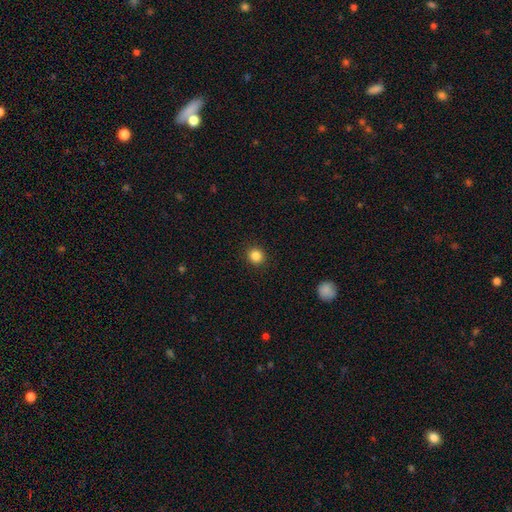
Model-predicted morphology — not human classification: This is clearly a smooth galaxy (85%). How rounded: clearly round (92%). Merging: clearly none (92%).